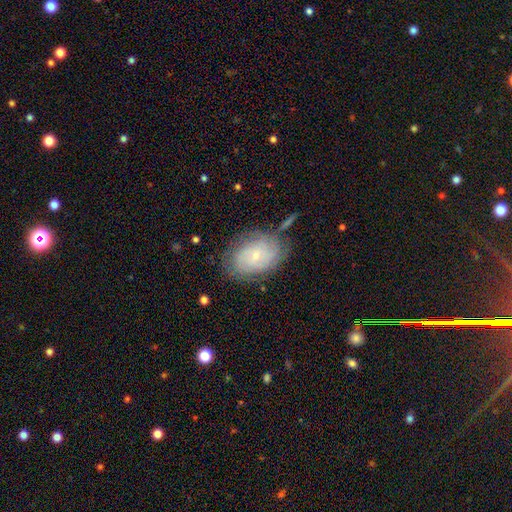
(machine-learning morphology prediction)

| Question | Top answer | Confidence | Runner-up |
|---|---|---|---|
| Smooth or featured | featured or disk | 57% | smooth (35%) |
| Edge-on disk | no | 95% | yes (5%) |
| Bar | no | 77% | weak (19%) |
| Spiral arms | yes | 79% | no (21%) |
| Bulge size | small | 80% | moderate (17%) |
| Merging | none | 68% | minor disturbance (21%) |